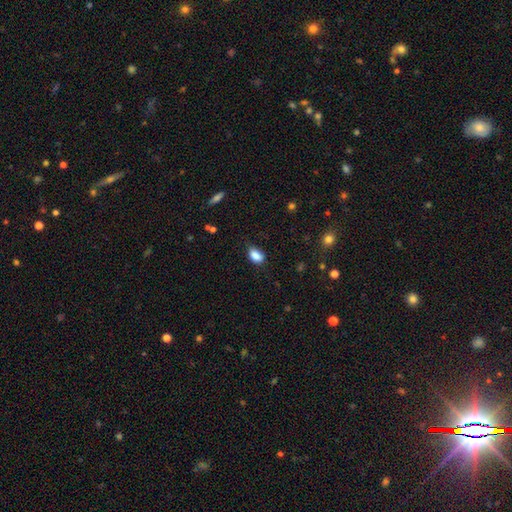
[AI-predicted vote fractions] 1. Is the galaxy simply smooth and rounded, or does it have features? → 86% smooth, 9% star or artifact, 5% featured or disk.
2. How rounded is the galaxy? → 86% in between, 12% round, 2% cigar-shaped.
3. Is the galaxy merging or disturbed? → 67% none, 26% minor disturbance, 5% major disturbance, 2% merger.